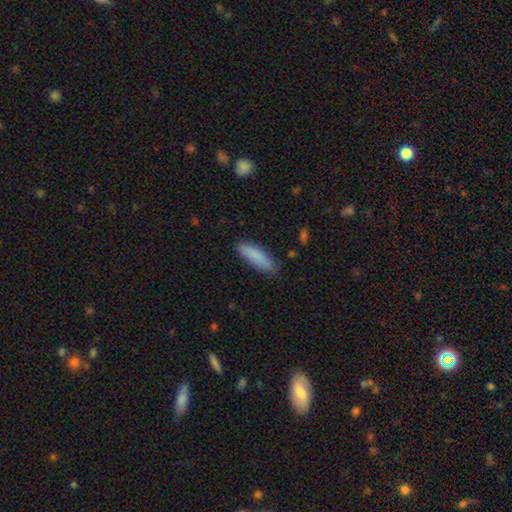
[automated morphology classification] Smooth or featured?
  - smooth: 87% *
  - featured or disk: 7%
  - star or artifact: 6%
How rounded?
  - cigar-shaped: 59% *
  - in between: 39%
  - round: 1%
Merging?
  - none: 82% *
  - minor disturbance: 14%
  - major disturbance: 2%
  - merger: 1%